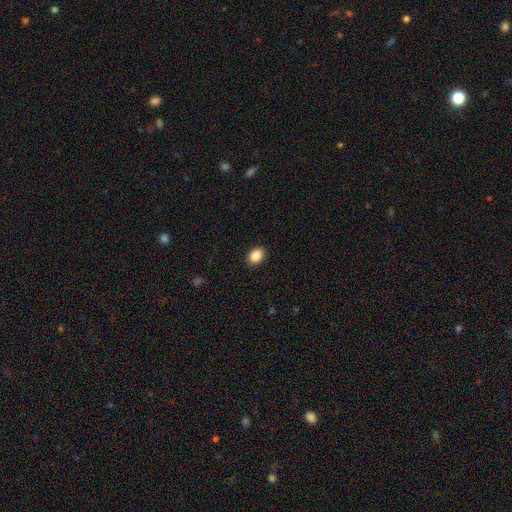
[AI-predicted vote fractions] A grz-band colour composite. It shows a smooth galaxy with no disk features (88%) that is in between round and cigar-shaped (63%). Merging: none (89%).